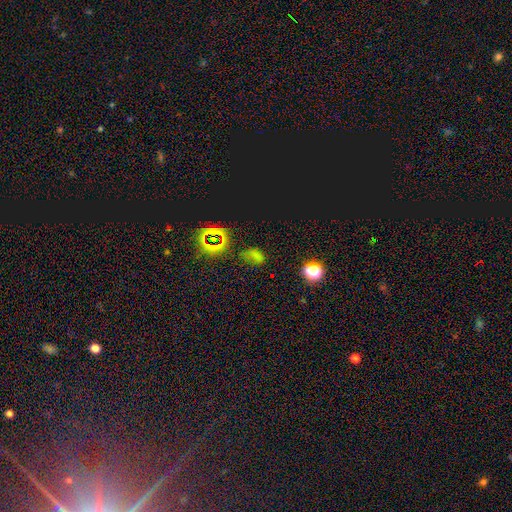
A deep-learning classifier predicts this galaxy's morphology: This appears to be a star or artifact, not a galaxy (48%).